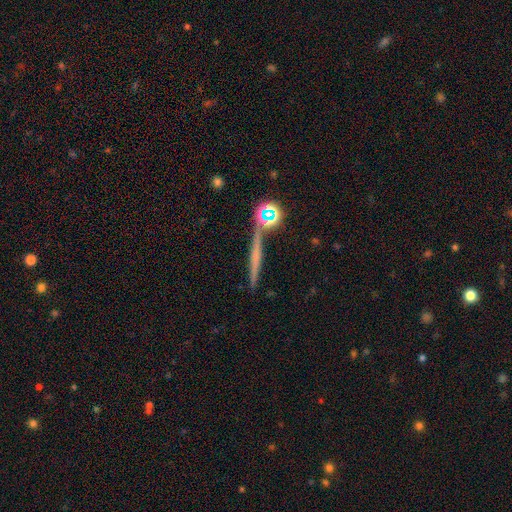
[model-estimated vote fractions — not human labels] smooth_or_featured: featured or disk (p=0.50) [alt: smooth p=0.36]
merging: none (p=0.80) [alt: merger p=0.09]